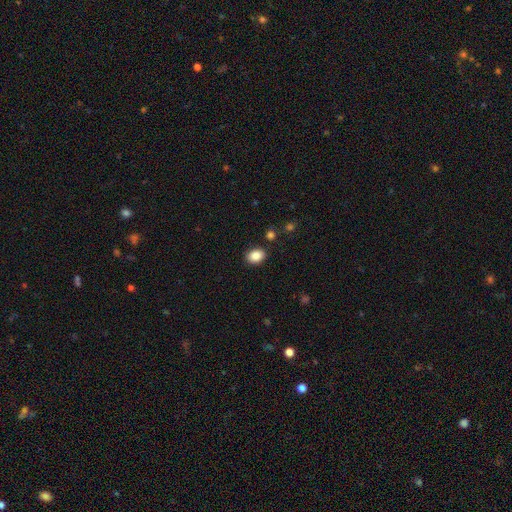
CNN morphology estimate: Smooth or featured? smooth (87%)
How rounded? in between (69%)
Merging? none (87%)